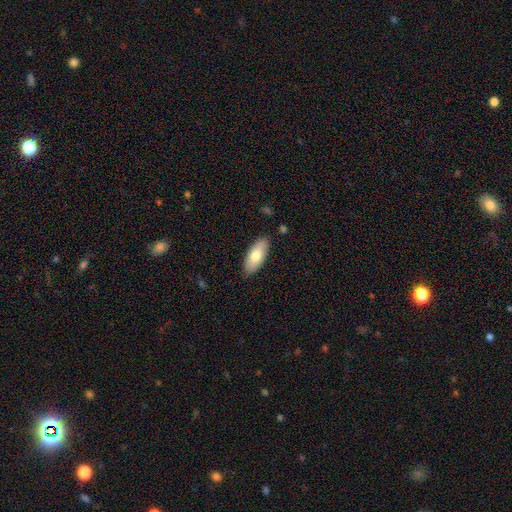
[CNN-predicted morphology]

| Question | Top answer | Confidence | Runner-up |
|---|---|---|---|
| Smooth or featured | smooth | 73% | featured or disk (21%) |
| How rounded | in between | 84% | cigar-shaped (14%) |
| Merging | none | 86% | minor disturbance (11%) |